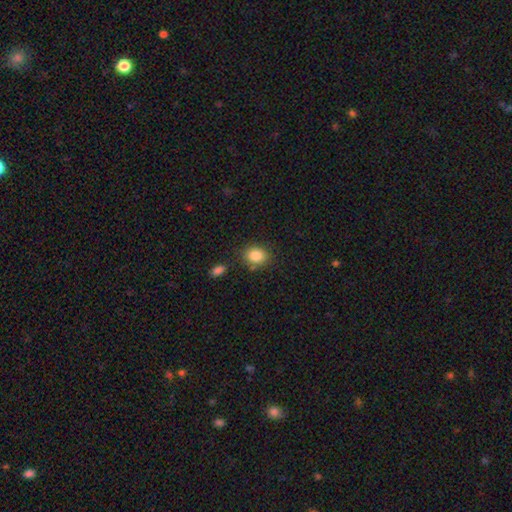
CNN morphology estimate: smooth_or_featured: smooth (p=0.85) [alt: star or artifact p=0.09]
how_rounded: in between (p=0.51) [alt: round p=0.48]
merging: none (p=0.78) [alt: minor disturbance p=0.12]